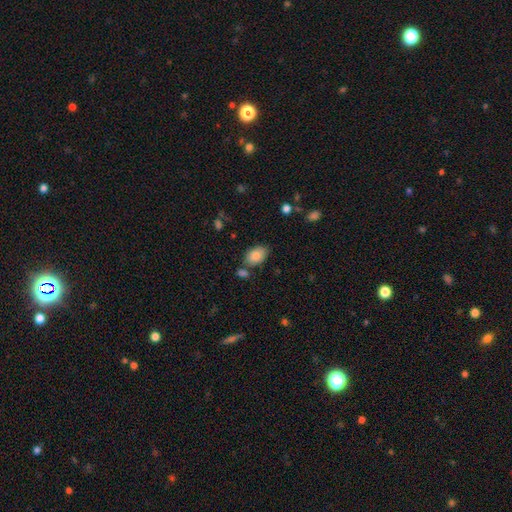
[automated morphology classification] smooth-or-featured: smooth: 86% | star or artifact: 7% | featured or disk: 7%
  how-rounded: in between: 87% | round: 11% | cigar-shaped: 1%
  merging: none: 70% | minor disturbance: 16% | merger: 9% | major disturbance: 4%